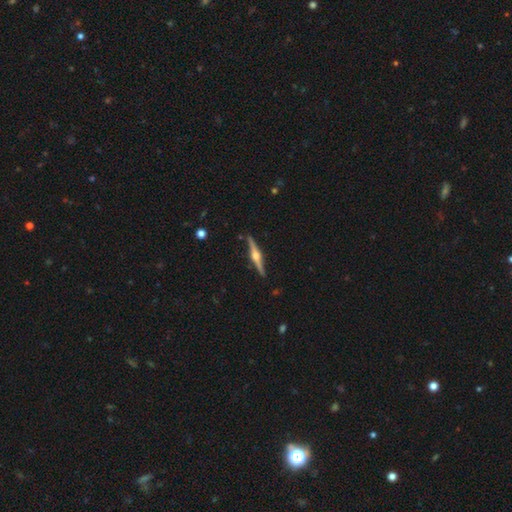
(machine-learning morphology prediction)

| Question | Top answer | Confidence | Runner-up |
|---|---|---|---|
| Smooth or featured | featured or disk | 83% | smooth (12%) |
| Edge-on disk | yes | 98% | no (2%) |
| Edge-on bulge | rounded | 94% | boxy (4%) |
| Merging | none | 90% | minor disturbance (7%) |